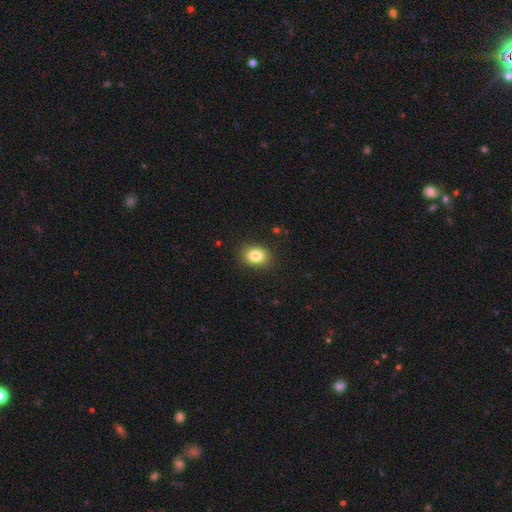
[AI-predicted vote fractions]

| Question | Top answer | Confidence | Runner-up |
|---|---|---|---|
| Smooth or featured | smooth | 84% | star or artifact (9%) |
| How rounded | in between | 62% | round (37%) |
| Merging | none | 87% | minor disturbance (10%) |